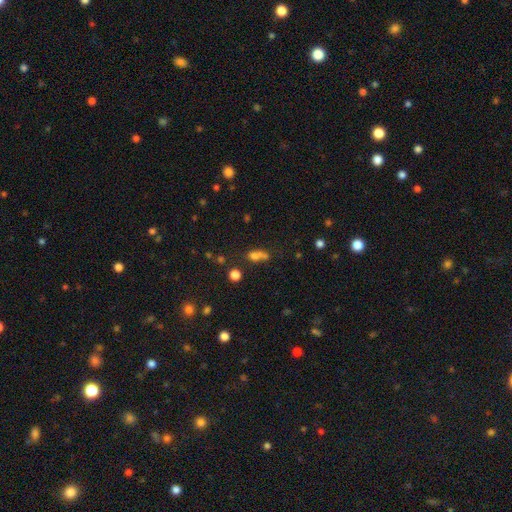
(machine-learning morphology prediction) This is likely a smooth galaxy (64%). How rounded: possibly in between (55%). Merging: marginally none (36%).